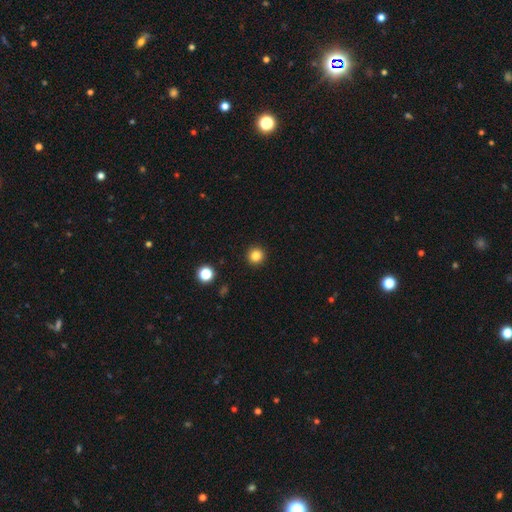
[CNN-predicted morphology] Overall: smooth (83%). How rounded: round (95%). Merging: none (93%).